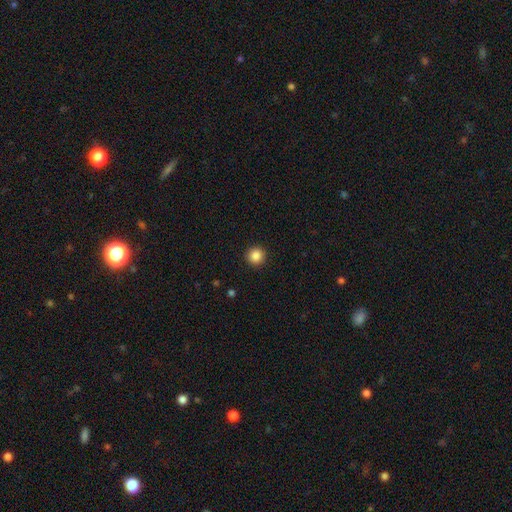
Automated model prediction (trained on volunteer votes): A smooth galaxy with no disk features (86%) that is round (95%).

Vote fractions:
- Smooth or featured? smooth: 86% / star or artifact: 10% / featured or disk: 4%
- How rounded? round: 95% / in between: 4% / cigar-shaped: 1%
- Merging? none: 93% / minor disturbance: 4% / major disturbance: 2% / merger: 1%